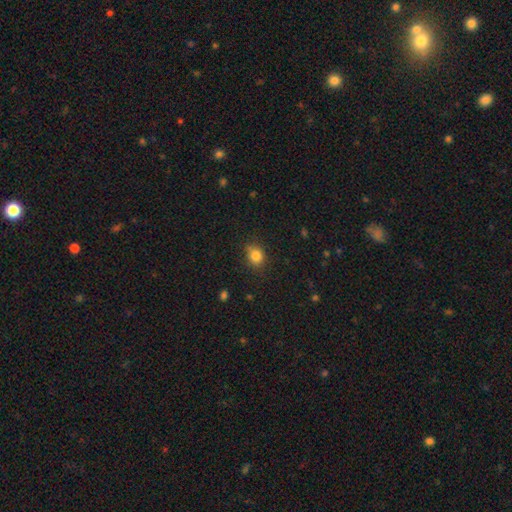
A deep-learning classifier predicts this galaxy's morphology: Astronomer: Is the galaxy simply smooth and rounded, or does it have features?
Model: smooth — 83%.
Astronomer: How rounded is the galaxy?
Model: round — 68%.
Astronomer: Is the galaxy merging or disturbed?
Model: none — 74%.